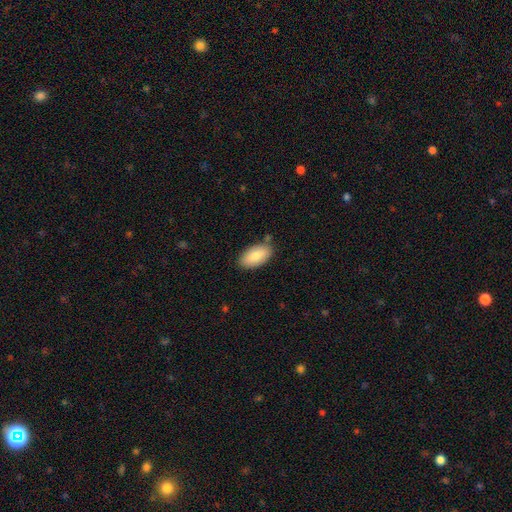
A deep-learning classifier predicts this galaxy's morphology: smooth-or-featured: smooth: 80% | featured or disk: 13% | star or artifact: 6%
  how-rounded: in between: 95% | round: 3% | cigar-shaped: 2%
  merging: none: 81% | minor disturbance: 13% | merger: 3% | major disturbance: 3%